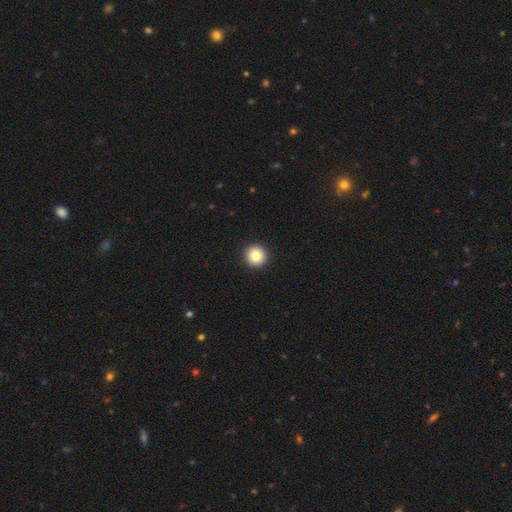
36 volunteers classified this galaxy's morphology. This is clearly a smooth galaxy (86%). How rounded: clearly round (94%). Merging: clearly none (94%).